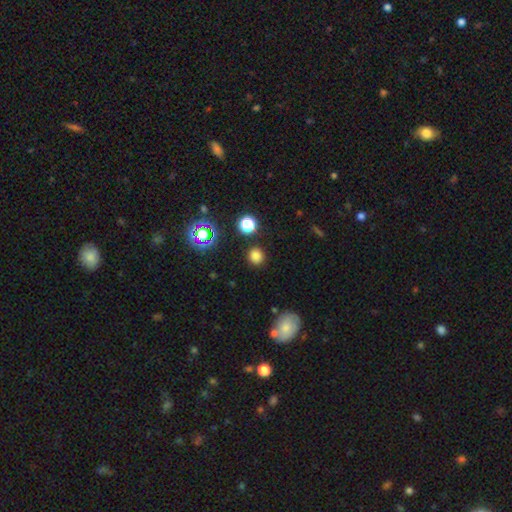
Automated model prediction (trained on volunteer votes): Morphology: type=smooth (76%); roundness=round (91%); merging=none (88%).